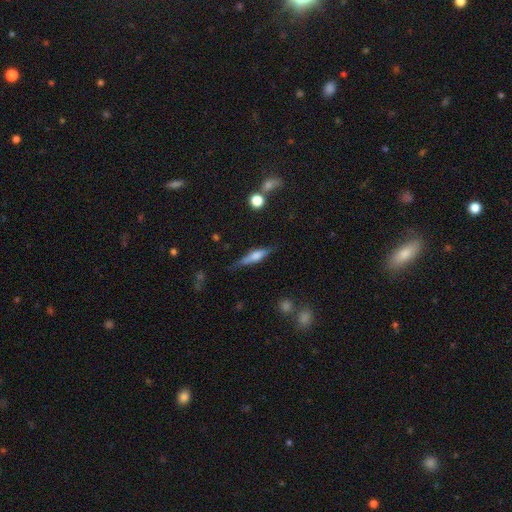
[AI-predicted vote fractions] A smooth galaxy with no disk features (47%). Merging: none (71%).